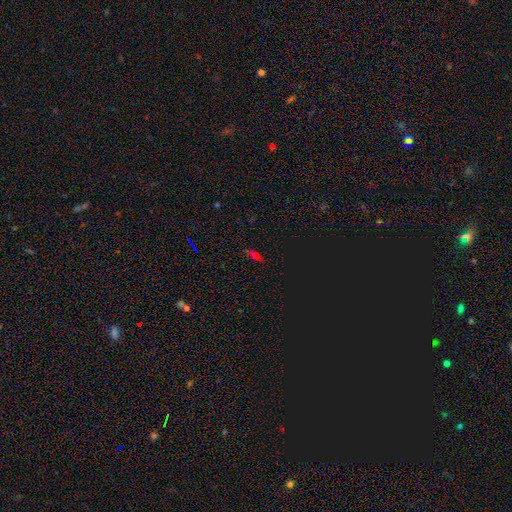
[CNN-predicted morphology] smooth 40%, star or artifact 33%, featured or disk 27%. Down the decision tree: merging — none (84%).